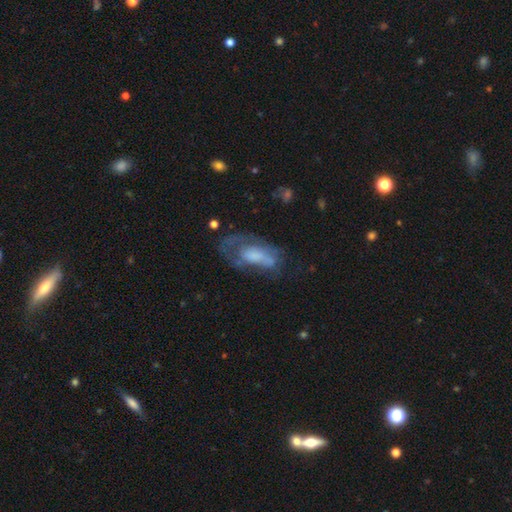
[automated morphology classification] Smooth or featured?
  - featured or disk: 54% *
  - smooth: 37%
  - star or artifact: 9%
Edge-on disk?
  - no: 91% *
  - yes: 9%
Merging?
  - none: 37% *
  - major disturbance: 34%
  - minor disturbance: 24%
  - merger: 5%